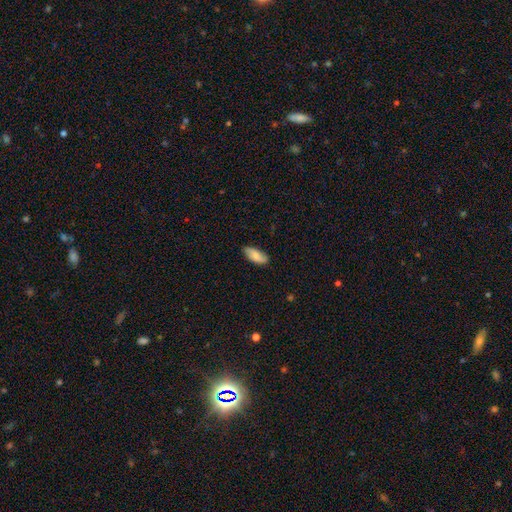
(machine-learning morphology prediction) Overall: smooth (78%). How rounded: in between (85%). Merging: none (81%).